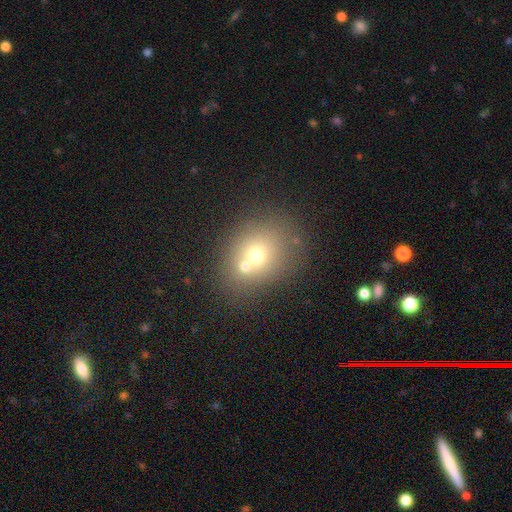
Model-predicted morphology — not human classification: smooth 63%, featured or disk 21%, star or artifact 16%. Down the decision tree: how rounded — round (60%); merging — none (47%).